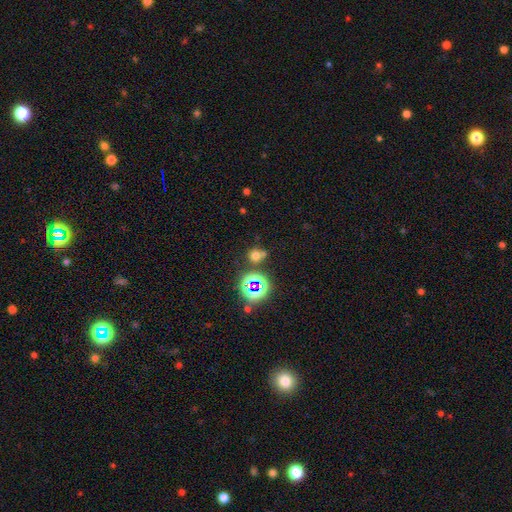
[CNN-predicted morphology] Smooth or featured?
  - smooth: 58% *
  - star or artifact: 33%
  - featured or disk: 9%
How rounded?
  - round: 85% *
  - in between: 14%
  - cigar-shaped: 1%
Merging?
  - none: 63% *
  - merger: 21%
  - minor disturbance: 10%
  - major disturbance: 5%